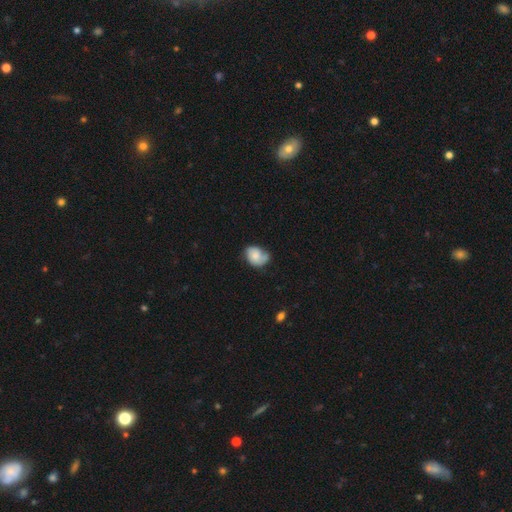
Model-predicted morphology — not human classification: type=smooth (62%); roundness=in between (63%); merging=none (44%).